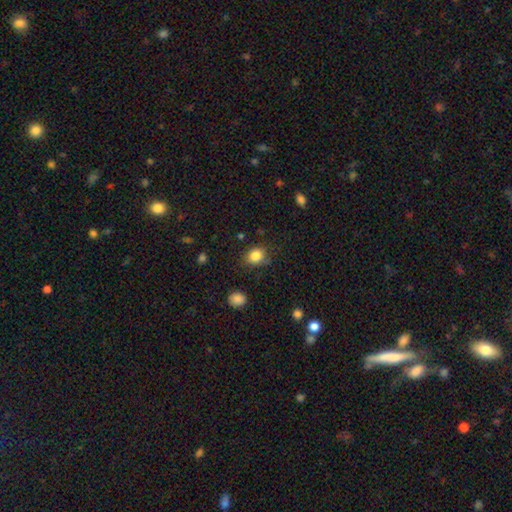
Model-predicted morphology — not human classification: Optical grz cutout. It shows a smooth galaxy with no disk features (85%) that is round (53%). Merging: none (75%).